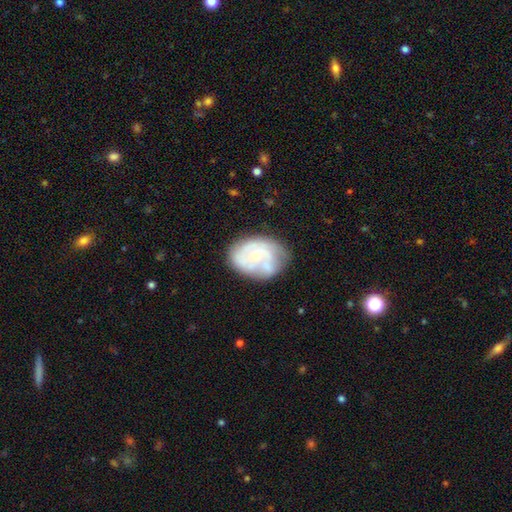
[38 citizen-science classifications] Smooth or featured? featured or disk (71%)
Edge-on disk? no (96%)
Bar? no (62%)
Spiral arms? yes (85%)
Spiral winding? tight (73%)
Spiral arm count? 2 (55%)
Bulge size? small (73%)
Merging? none (73%)